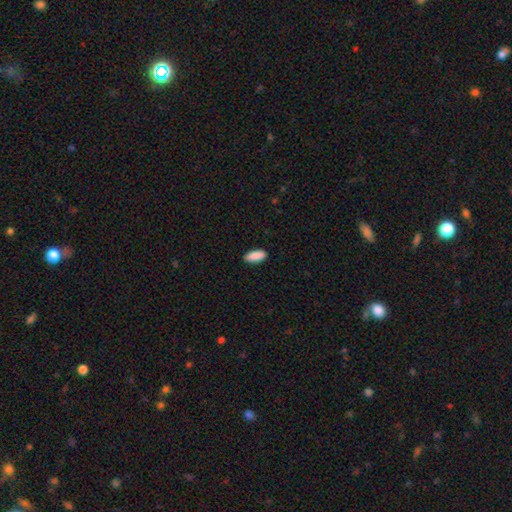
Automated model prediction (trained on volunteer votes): A smooth galaxy with no disk features (90%) that is in between round and cigar-shaped (83%). Merging: none (89%).